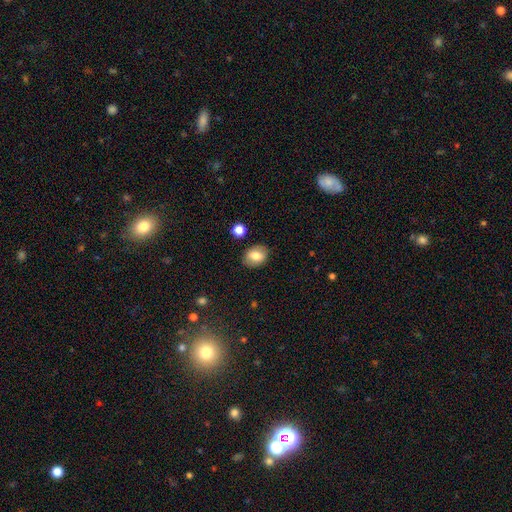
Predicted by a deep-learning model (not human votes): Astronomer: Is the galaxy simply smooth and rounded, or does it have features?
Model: smooth — 76%.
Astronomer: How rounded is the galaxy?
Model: in between — 63%.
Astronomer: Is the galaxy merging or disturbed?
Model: none — 86%.